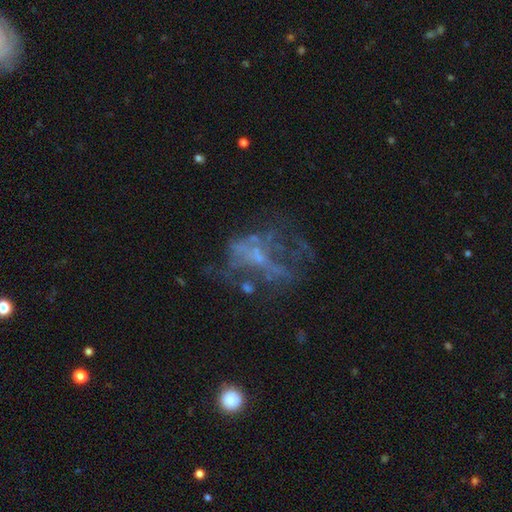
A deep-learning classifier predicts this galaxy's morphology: A featured or disk galaxy (62%) with no bar (81%), no spiral arms (83%) and no central bulge (53%). Merging: none (40%).